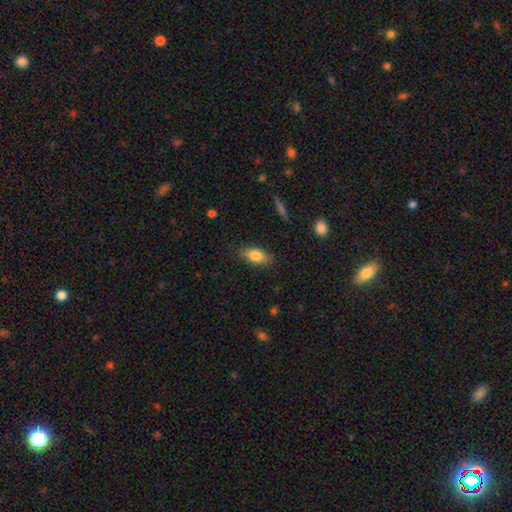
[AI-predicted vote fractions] This is likely a smooth galaxy (76%). How rounded: likely in between (79%). Merging: clearly none (84%).